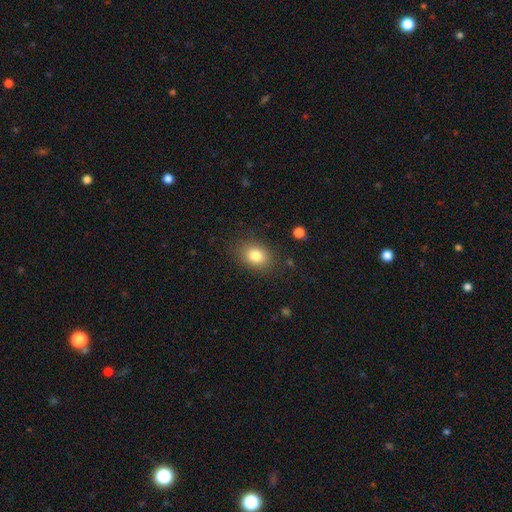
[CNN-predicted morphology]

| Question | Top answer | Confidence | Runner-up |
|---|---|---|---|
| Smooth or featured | smooth | 82% | star or artifact (10%) |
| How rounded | in between | 65% | round (34%) |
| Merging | none | 83% | minor disturbance (11%) |